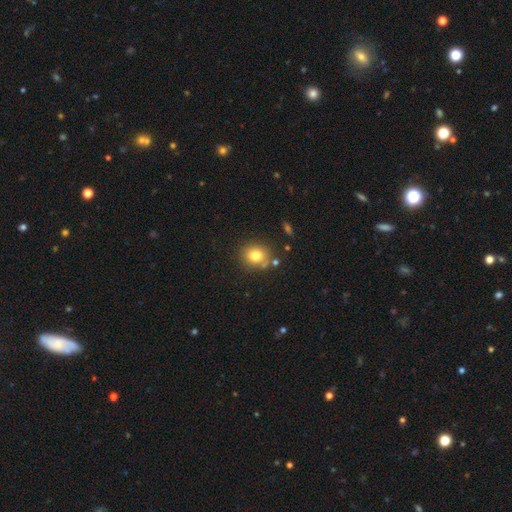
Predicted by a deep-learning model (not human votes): Smooth or featured: smooth — 78% (star or artifact — 12%)
How rounded: round — 77% (in between — 22%)
Merging: none — 77% (minor disturbance — 12%)